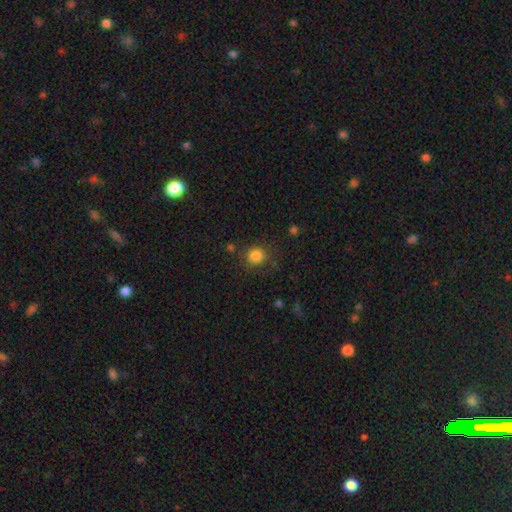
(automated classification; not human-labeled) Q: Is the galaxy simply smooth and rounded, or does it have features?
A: smooth — 84%.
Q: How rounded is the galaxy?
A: round — 88%.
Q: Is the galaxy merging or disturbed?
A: none — 82%.